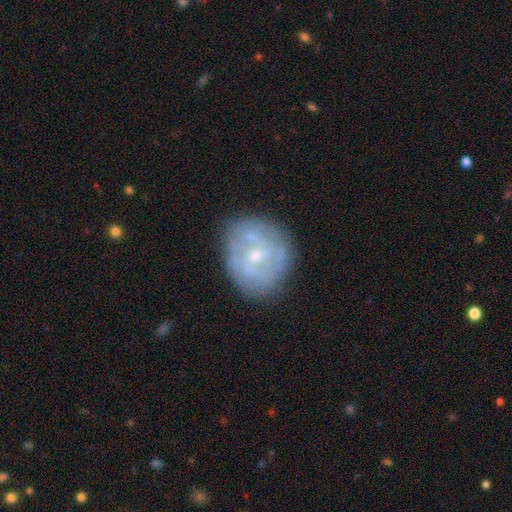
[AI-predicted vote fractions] Smooth or featured? Predicted: featured or disk (p=0.63). Edge-on disk? Predicted: no (p=0.97). Bar? Predicted: no (p=0.48). Spiral arms? Predicted: yes (p=0.57). Bulge size? Predicted: small (p=0.58). Merging? Predicted: none (p=0.70).